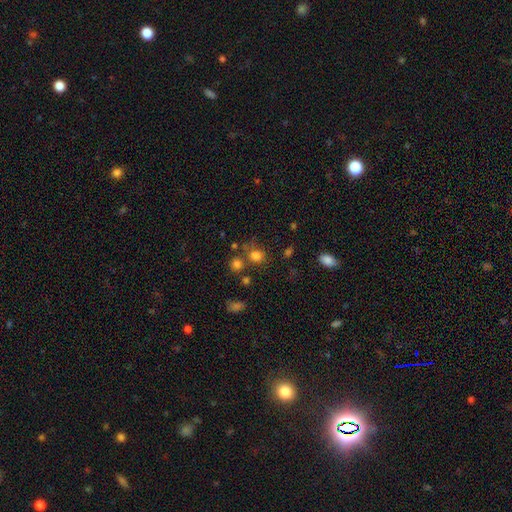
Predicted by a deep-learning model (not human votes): Q: Smooth or featured?
A: smooth (78%); runner-up: star or artifact (15%)
Q: How rounded?
A: round (82%); runner-up: in between (17%)
Q: Merging?
A: none (68%); runner-up: merger (16%)